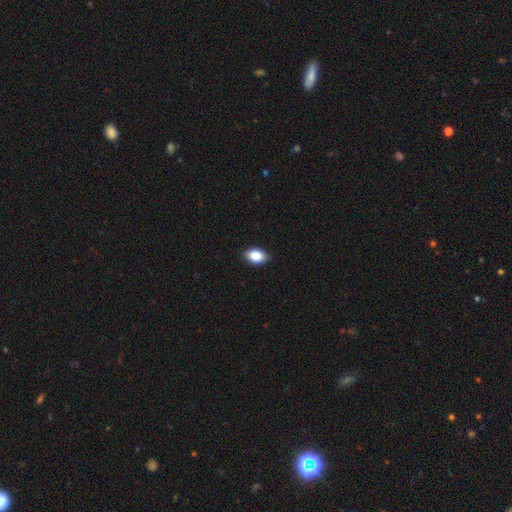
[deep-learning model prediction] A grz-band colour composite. It shows a smooth galaxy with no disk features (83%) that is in between round and cigar-shaped (88%). Merging: none (89%).